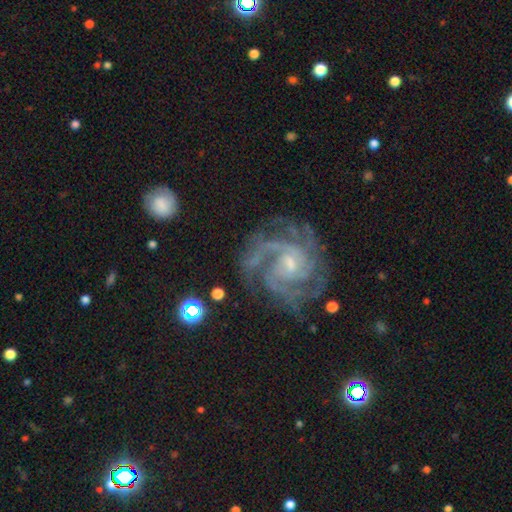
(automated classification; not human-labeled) A featured or disk galaxy (90%) with no bar (55%), 3 (35%) tight (60%) spiral arms (98%) and a small central bulge (67%).

Vote fractions:
- Smooth or featured? featured or disk: 90% / star or artifact: 6% / smooth: 4%
- Edge-on disk? no: 98% / yes: 2%
- Bar? no: 55% / weak: 36% / strong: 10%
- Spiral arms? yes: 98% / no: 2%
- Spiral winding? tight: 60% / medium: 35% / loose: 5%
- Spiral arm count? 3: 35% / 4: 18% / 2: 18% / can't tell: 15% / more than 4: 7% / 1: 7%
- Bulge size? small: 67% / moderate: 27% / none: 4% / large: 2% / dominant: 1%
- Merging? none: 71% / minor disturbance: 18% / major disturbance: 10% / merger: 2%